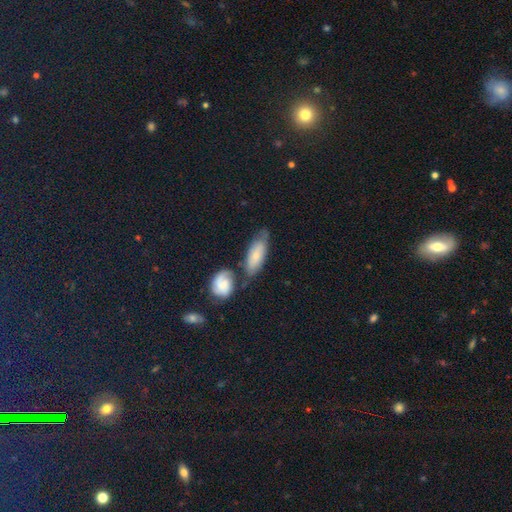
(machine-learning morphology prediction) A smooth galaxy with no disk features (60%) that is in between round and cigar-shaped (74%).

Vote fractions:
- Smooth or featured? smooth: 60% / featured or disk: 33% / star or artifact: 7%
- How rounded? in between: 74% / cigar-shaped: 22% / round: 4%
- Merging? none: 49% / merger: 23% / minor disturbance: 20% / major disturbance: 7%